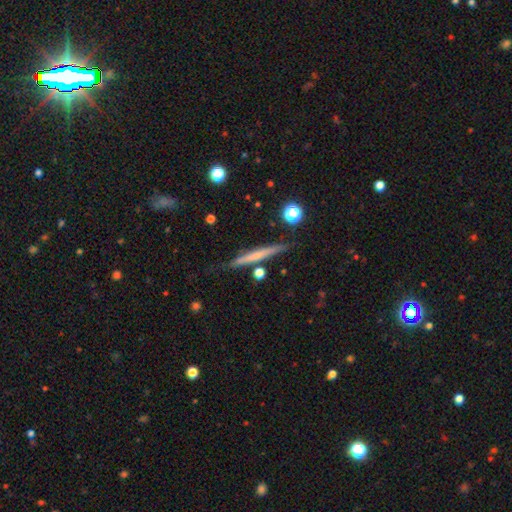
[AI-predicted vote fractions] A smooth galaxy with no disk features (52%) that is cigar-shaped (95%).

Vote fractions:
- Smooth or featured? smooth: 52% / featured or disk: 42% / star or artifact: 7%
- How rounded? cigar-shaped: 95% / in between: 3% / round: 2%
- Merging? none: 82% / minor disturbance: 12% / merger: 4% / major disturbance: 2%